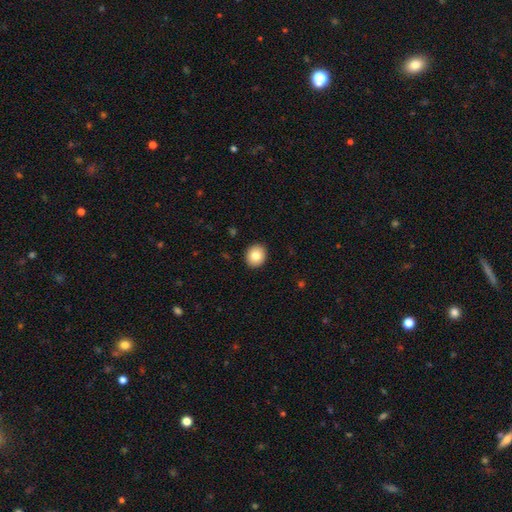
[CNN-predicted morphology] Q: Smooth or featured?
A: smooth (82%); runner-up: featured or disk (9%)
Q: How rounded?
A: round (73%); runner-up: in between (26%)
Q: Merging?
A: none (91%); runner-up: minor disturbance (6%)